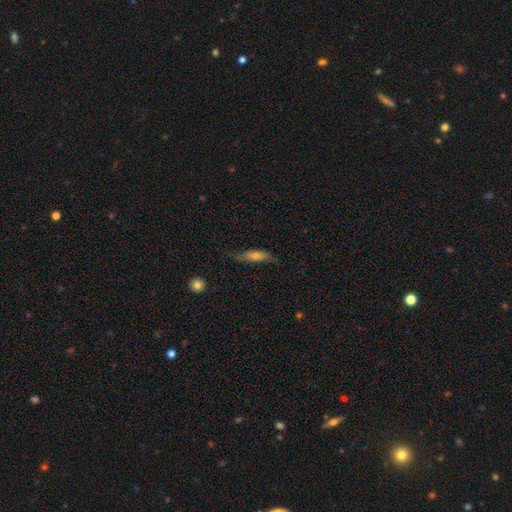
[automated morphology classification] A featured or disk galaxy (57%) viewed edge-on (56%). Merging: none (66%).